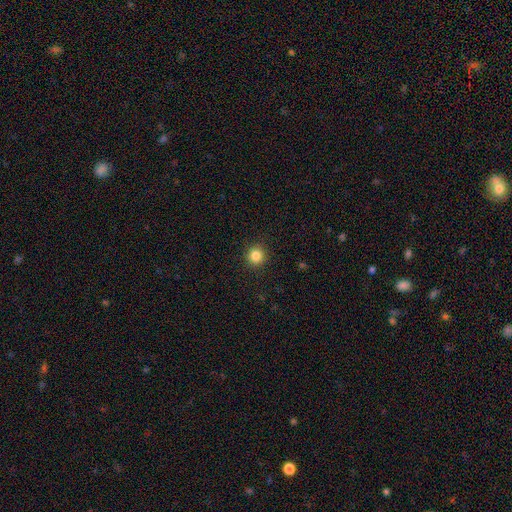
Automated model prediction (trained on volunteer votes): This appears to be a smooth galaxy with no disk features (84%) that is round (94%). Merging: none (92%).